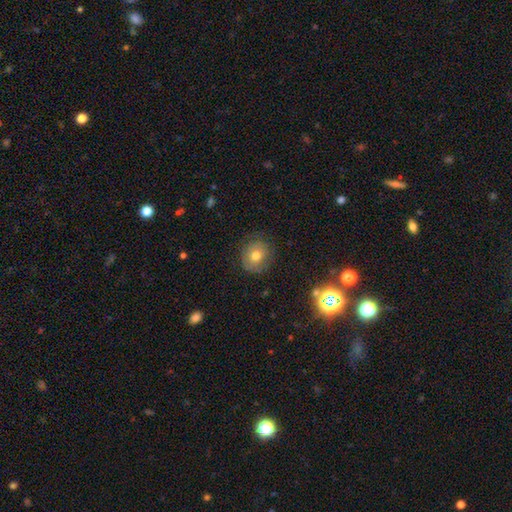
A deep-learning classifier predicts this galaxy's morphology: Q: Smooth or featured?
A: smooth (67%); runner-up: featured or disk (20%)
Q: How rounded?
A: round (82%); runner-up: in between (17%)
Q: Merging?
A: none (78%); runner-up: minor disturbance (15%)